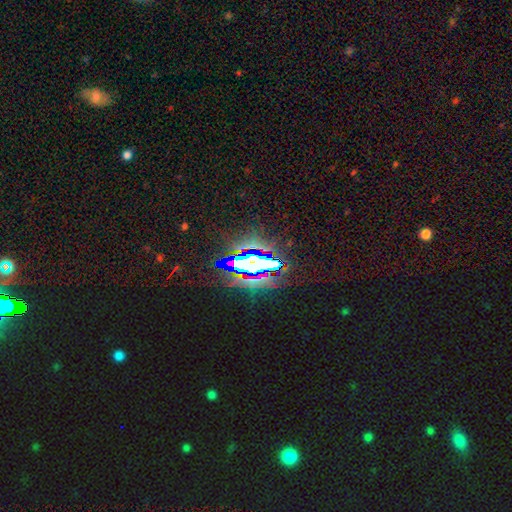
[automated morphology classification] This is likely a star or artifact rather than a galaxy (69%).